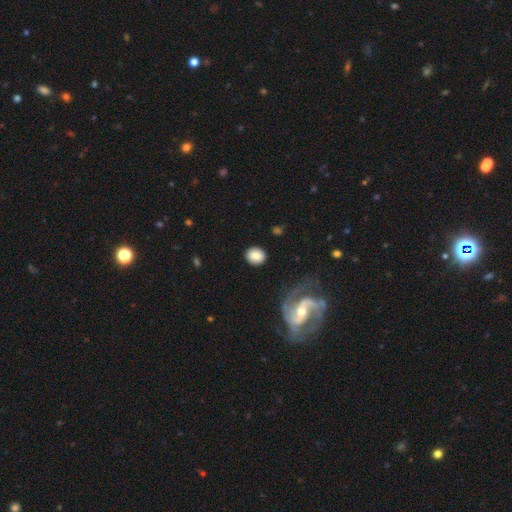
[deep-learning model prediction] Smooth or featured?
  - smooth: 80% *
  - featured or disk: 13%
  - star or artifact: 7%
How rounded?
  - round: 67% *
  - in between: 32%
  - cigar-shaped: 1%
Merging?
  - none: 86% *
  - minor disturbance: 8%
  - major disturbance: 4%
  - merger: 2%